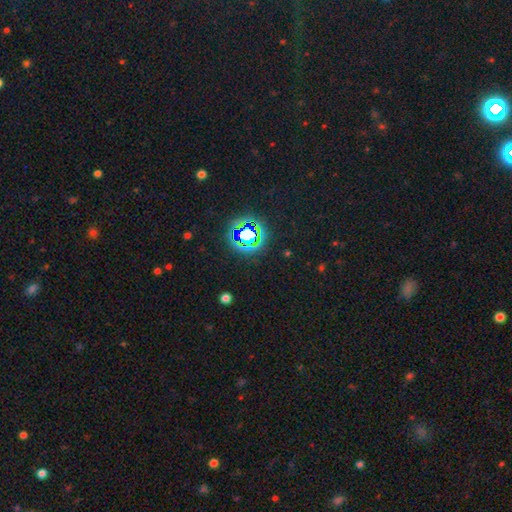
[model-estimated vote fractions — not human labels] smooth-or-featured: star or artifact: 74% | smooth: 20% | featured or disk: 6%